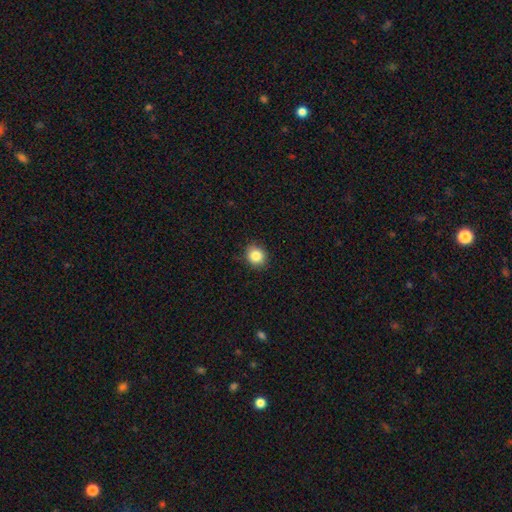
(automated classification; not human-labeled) The model was most divided on "how rounded": round: 80%, in between: 20%, cigar-shaped: 1%. More confident: merging — none (87%); smooth or featured — smooth (85%).